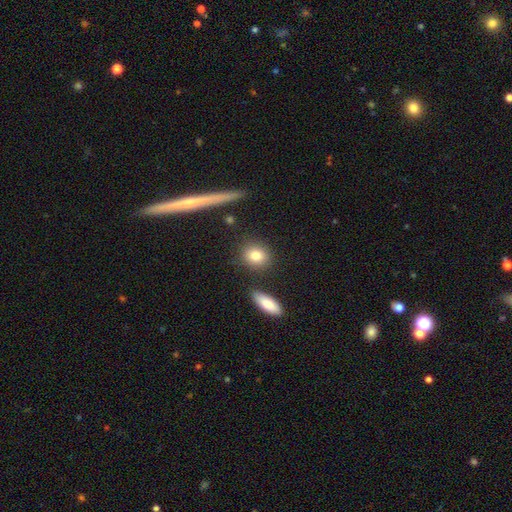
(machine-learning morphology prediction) This is clearly a smooth galaxy (83%). How rounded: likely round (65%). Merging: clearly none (84%).